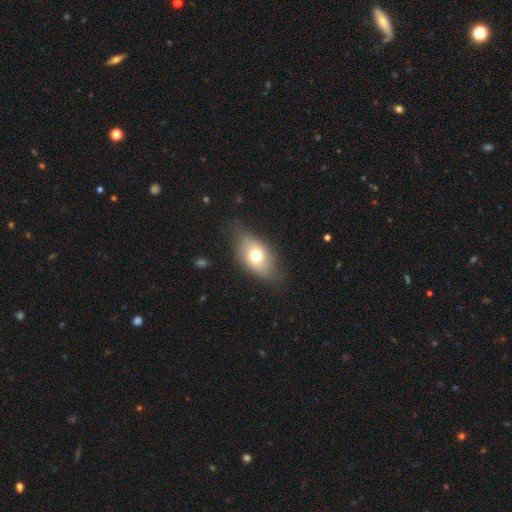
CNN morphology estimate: Smooth or featured: smooth — 68% (featured or disk — 24%)
How rounded: in between — 86% (round — 11%)
Merging: none — 70% (minor disturbance — 22%)